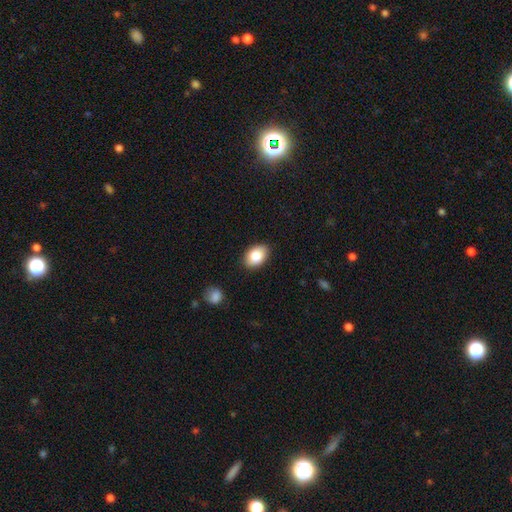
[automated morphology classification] Overall: smooth (84%). How rounded: in between (85%). Merging: none (87%).